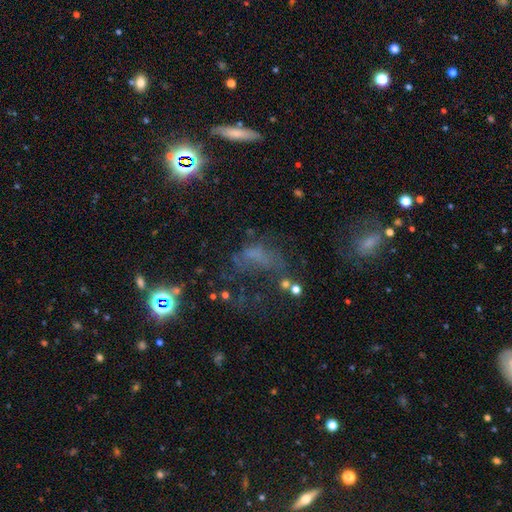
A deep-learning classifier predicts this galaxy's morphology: Q: Smooth or featured?
A: star or artifact (35%); runner-up: smooth (34%)